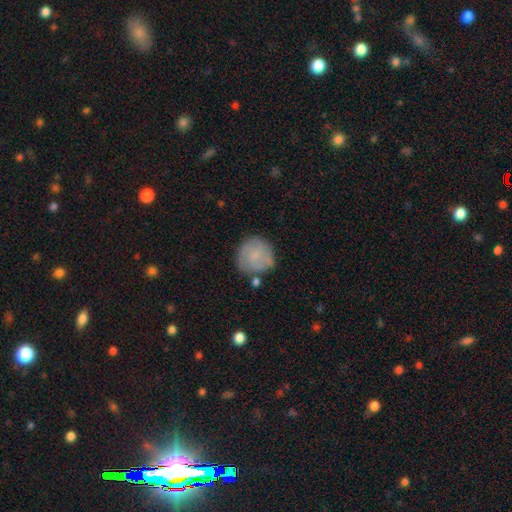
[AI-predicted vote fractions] A smooth galaxy with no disk features (68%) that is round (91%).

Vote fractions:
- Smooth or featured? smooth: 68% / featured or disk: 25% / star or artifact: 7%
- How rounded? round: 91% / in between: 8% / cigar-shaped: 1%
- Merging? none: 67% / minor disturbance: 21% / merger: 6% / major disturbance: 6%